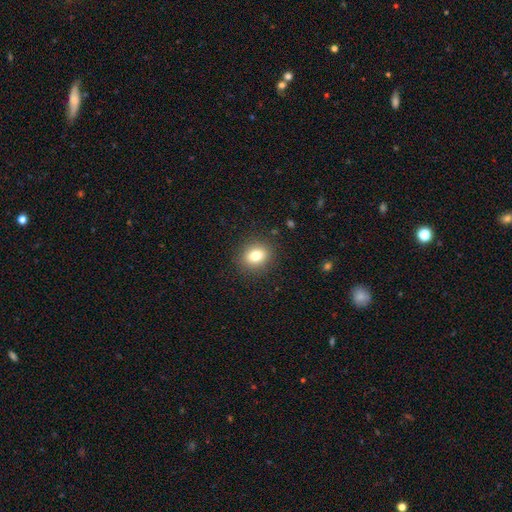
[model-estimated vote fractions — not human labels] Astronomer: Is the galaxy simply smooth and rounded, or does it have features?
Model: smooth — 80%.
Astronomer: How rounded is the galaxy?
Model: round — 60% (runner-up: in between, 39%).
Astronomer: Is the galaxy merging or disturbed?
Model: none — 89%.